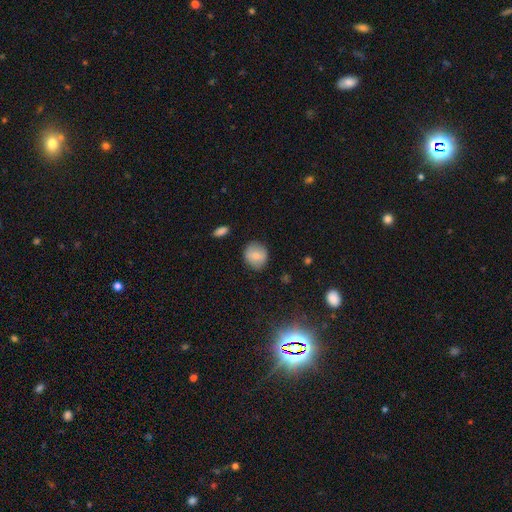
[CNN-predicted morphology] Smooth or featured? smooth (77%)
How rounded? round (77%)
Merging? none (85%)